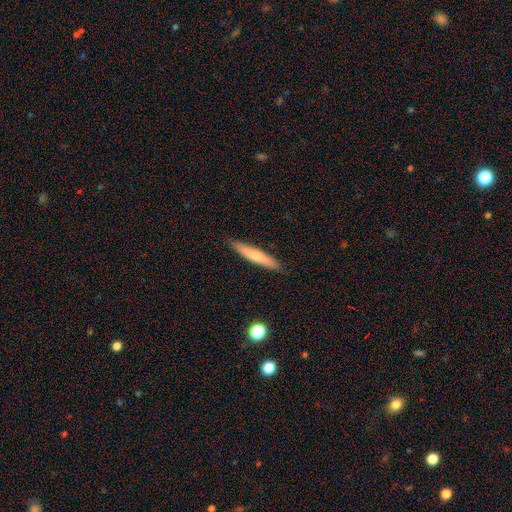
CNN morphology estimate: smooth 59%, featured or disk 35%, star or artifact 6%. Down the decision tree: how rounded — cigar-shaped (92%); merging — none (89%).